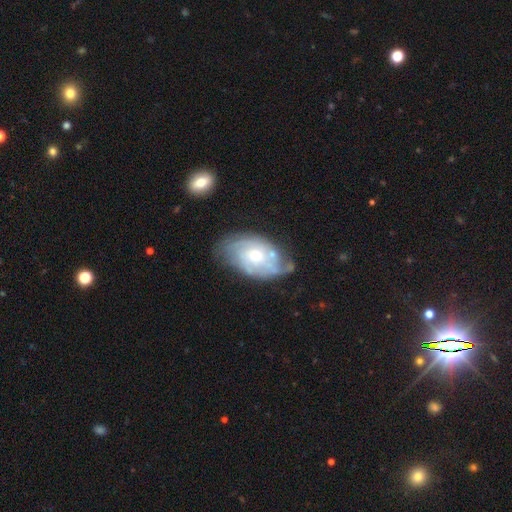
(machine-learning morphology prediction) This is likely a featured or disk galaxy (77%). It is clearly not viewed edge-on (96%). Bar: likely no (73%). Spiral arm pattern: clearly yes (88%). Spiral arm count: marginally can't tell (42%). Spiral winding: likely tight (61%). Central bulge: possibly moderate (53%). Merging: possibly none (59%).